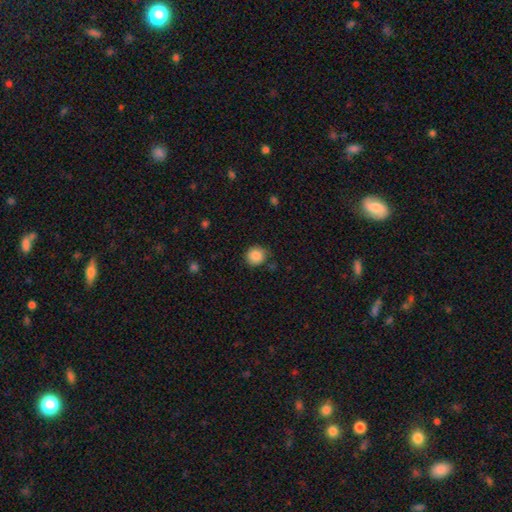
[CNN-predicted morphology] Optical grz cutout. It shows a smooth galaxy with no disk features (87%) that is round (88%). Merging: none (79%).